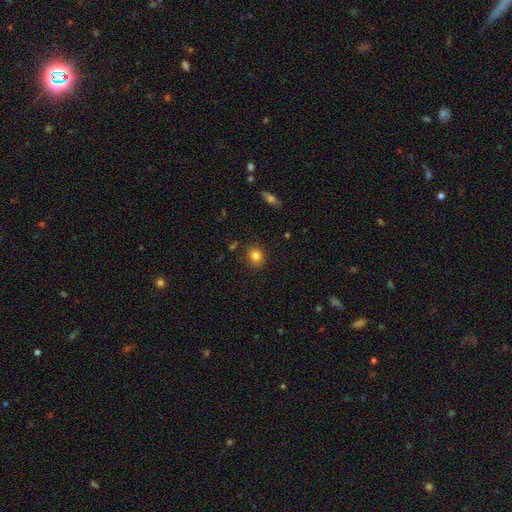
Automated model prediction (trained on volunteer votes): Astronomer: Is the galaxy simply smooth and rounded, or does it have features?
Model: smooth — 82%.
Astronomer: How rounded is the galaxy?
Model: round — 67%.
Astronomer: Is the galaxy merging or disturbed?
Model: none — 85%.